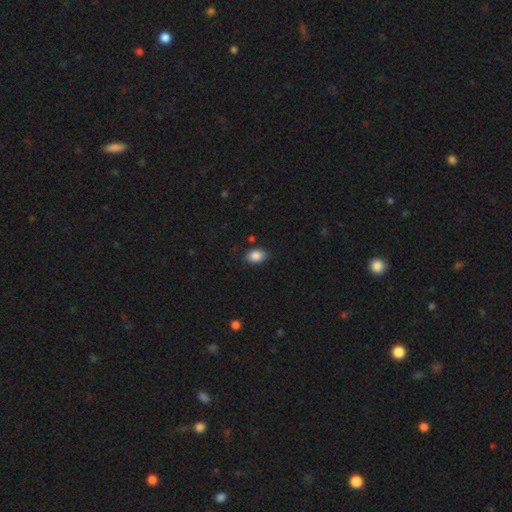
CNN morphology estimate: Smooth or featured?
  - smooth: 87% *
  - star or artifact: 8%
  - featured or disk: 5%
How rounded?
  - in between: 83% *
  - round: 16%
  - cigar-shaped: 1%
Merging?
  - none: 83% *
  - minor disturbance: 13%
  - major disturbance: 3%
  - merger: 2%